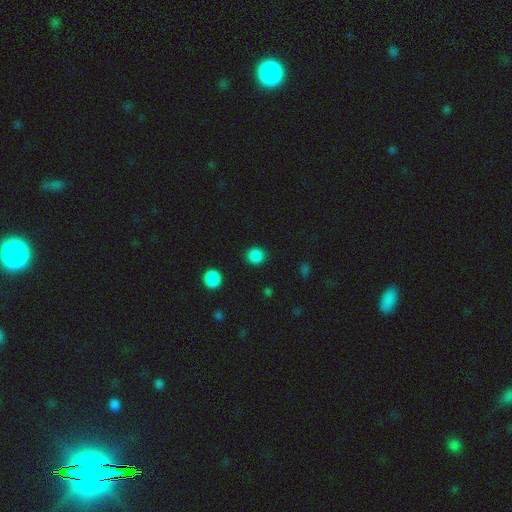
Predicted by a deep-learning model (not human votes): Morphology: type=smooth (86%); roundness=round (89%); merging=none (90%).